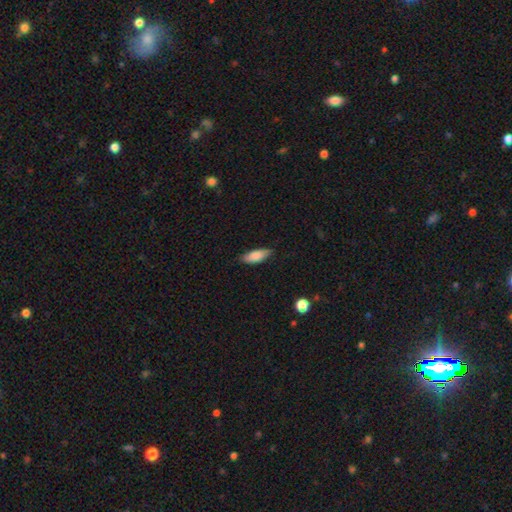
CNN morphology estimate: A smooth galaxy with no disk features (84%) that is in between round and cigar-shaped (76%).

Vote fractions:
- Smooth or featured? smooth: 84% / featured or disk: 10% / star or artifact: 6%
- How rounded? in between: 76% / cigar-shaped: 22% / round: 2%
- Merging? none: 80% / minor disturbance: 16% / major disturbance: 3% / merger: 1%